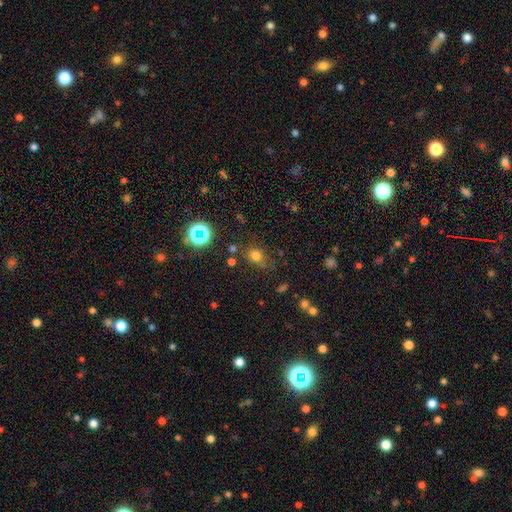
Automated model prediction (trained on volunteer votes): Smooth or featured?
  - smooth: 72% *
  - star or artifact: 21%
  - featured or disk: 7%
How rounded?
  - round: 71% *
  - in between: 28%
  - cigar-shaped: 1%
Merging?
  - none: 67% *
  - minor disturbance: 19%
  - major disturbance: 8%
  - merger: 6%